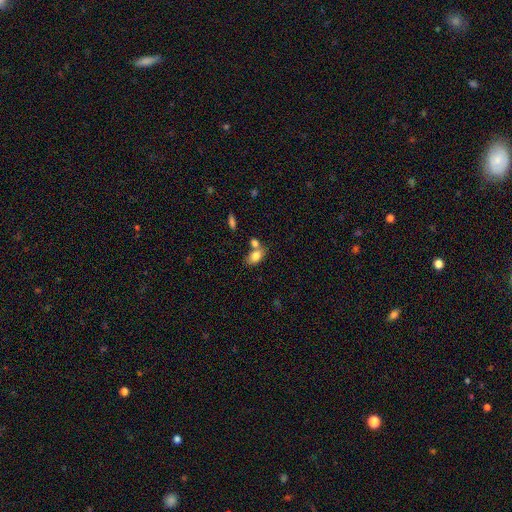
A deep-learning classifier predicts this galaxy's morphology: Smooth or featured: smooth — 80% (featured or disk — 12%)
How rounded: in between — 84% (round — 14%)
Merging: none — 51% (merger — 32%)